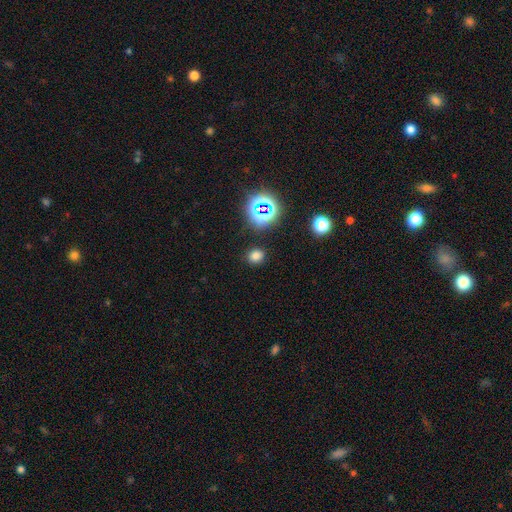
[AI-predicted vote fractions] Smooth or featured?
  - smooth: 72% *
  - star or artifact: 23%
  - featured or disk: 5%
How rounded?
  - round: 72% *
  - in between: 27%
  - cigar-shaped: 1%
Merging?
  - none: 86% *
  - minor disturbance: 9%
  - major disturbance: 3%
  - merger: 2%